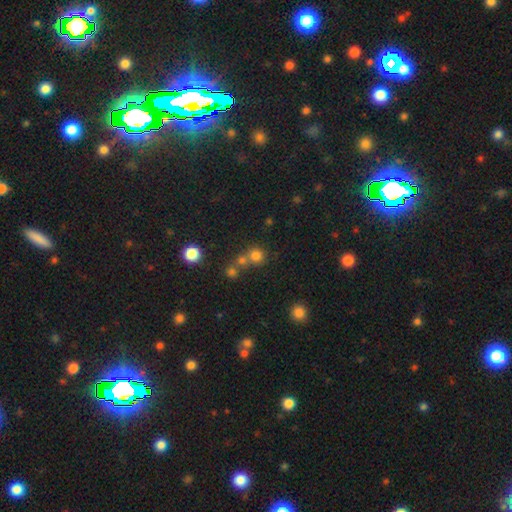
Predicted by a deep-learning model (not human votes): Smooth or featured? Predicted: smooth (p=0.74). How rounded? Predicted: round (p=0.90). Merging? Predicted: none (p=0.58).